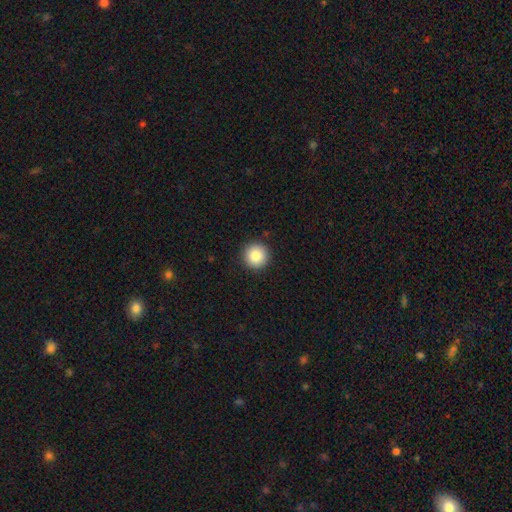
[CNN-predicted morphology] This appears to be a smooth galaxy with no disk features (86%) that is round (96%). Merging: none (92%).